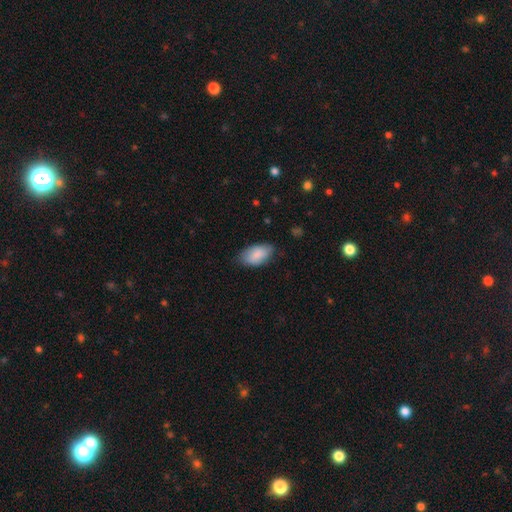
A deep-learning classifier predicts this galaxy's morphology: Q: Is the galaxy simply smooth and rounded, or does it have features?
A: smooth — 86%.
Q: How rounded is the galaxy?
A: in between — 94%.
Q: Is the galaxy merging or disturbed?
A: none — 71%.